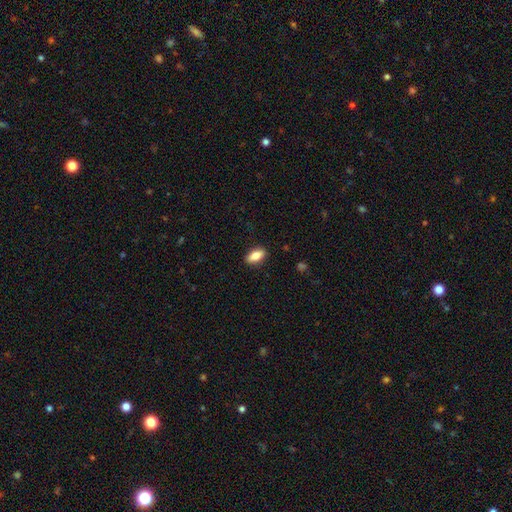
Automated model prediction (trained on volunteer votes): smooth-or-featured: smooth: 78% | featured or disk: 15% | star or artifact: 7%
  how-rounded: in between: 85% | cigar-shaped: 11% | round: 4%
  merging: none: 89% | minor disturbance: 8% | major disturbance: 2% | merger: 1%